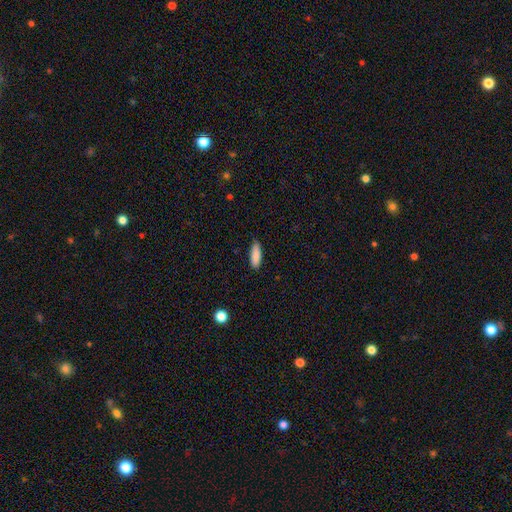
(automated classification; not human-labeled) smooth-or-featured: smooth: 87% | featured or disk: 7% | star or artifact: 6%
  how-rounded: in between: 59% | cigar-shaped: 40% | round: 2%
  merging: none: 83% | minor disturbance: 13% | major disturbance: 2% | merger: 1%